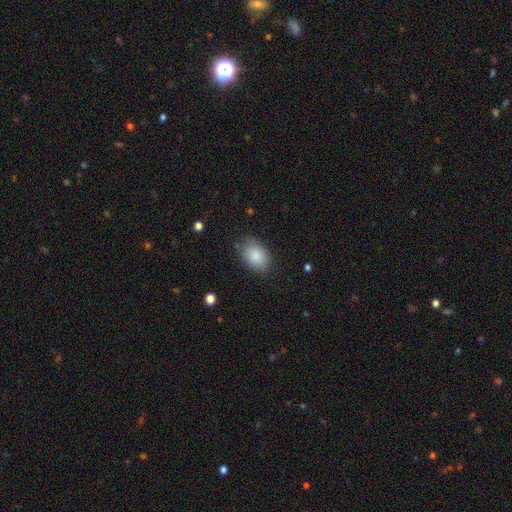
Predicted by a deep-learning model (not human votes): Overall: smooth (87%). How rounded: in between (82%). Merging: none (80%).